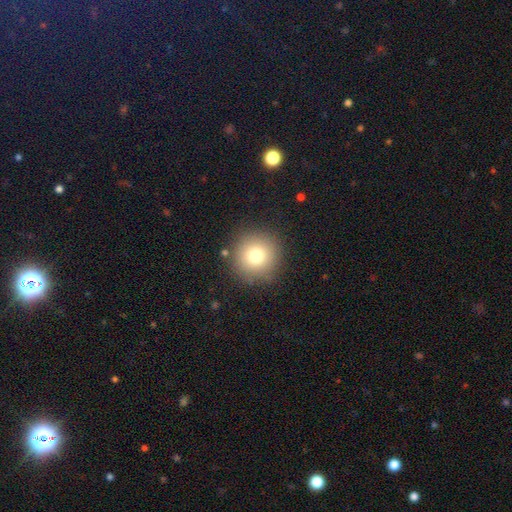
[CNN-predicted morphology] Q: Smooth or featured?
A: smooth (77%); runner-up: star or artifact (13%)
Q: How rounded?
A: round (95%); runner-up: in between (4%)
Q: Merging?
A: none (88%); runner-up: minor disturbance (7%)